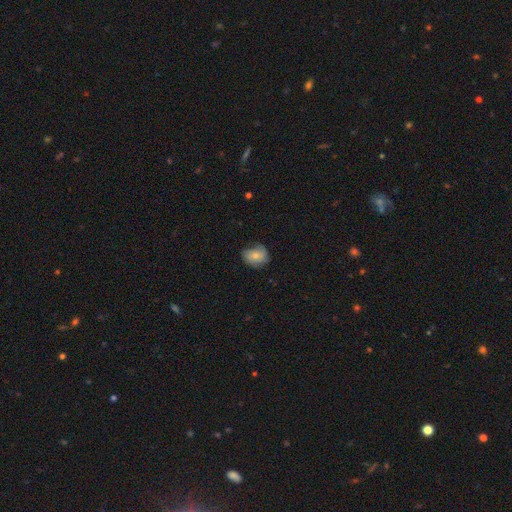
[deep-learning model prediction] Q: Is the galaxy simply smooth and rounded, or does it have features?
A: smooth — 65%.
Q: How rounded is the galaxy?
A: round — 53%.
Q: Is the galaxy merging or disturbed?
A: none — 64%.